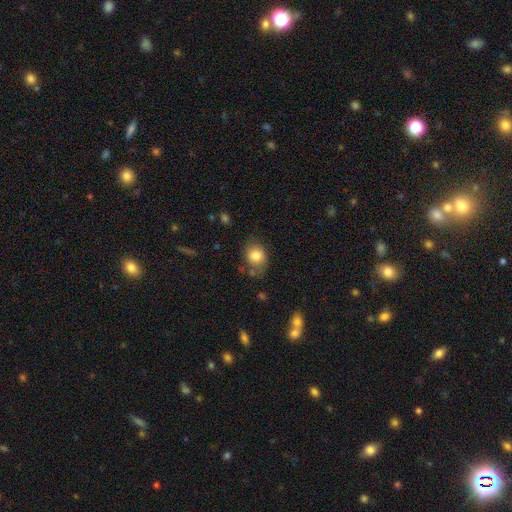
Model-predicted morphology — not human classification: smooth-or-featured: smooth: 81% | featured or disk: 10% | star or artifact: 9%
  how-rounded: round: 55% | in between: 44% | cigar-shaped: 1%
  merging: none: 67% | minor disturbance: 21% | major disturbance: 7% | merger: 4%